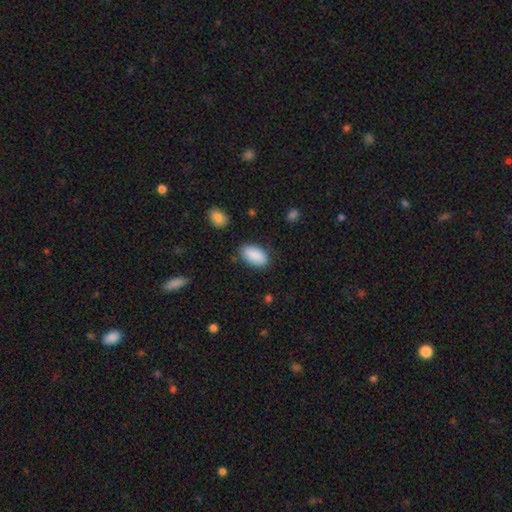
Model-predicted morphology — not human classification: smooth_or_featured: smooth (p=0.90) [alt: star or artifact p=0.06]
how_rounded: in between (p=0.94) [alt: round p=0.03]
merging: none (p=0.81) [alt: minor disturbance p=0.13]